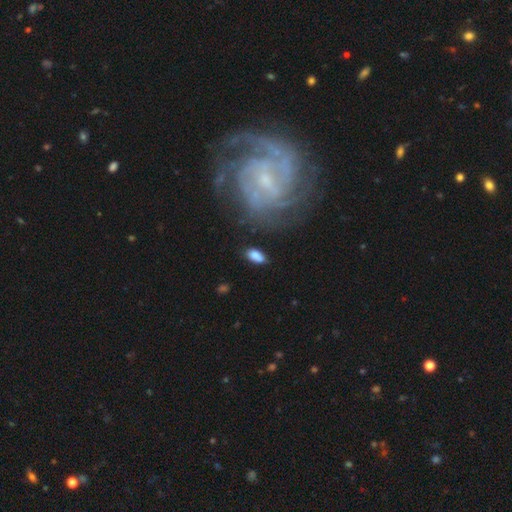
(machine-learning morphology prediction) Smooth or featured? smooth (83%)
How rounded? in between (90%)
Merging? none (73%)